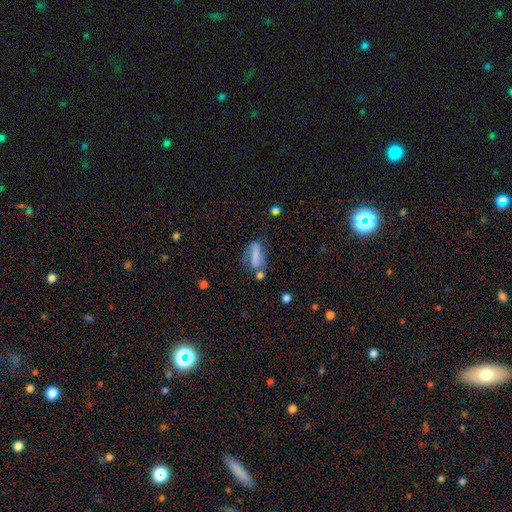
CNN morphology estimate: smooth_or_featured: smooth (p=0.55) [alt: featured or disk p=0.35]
how_rounded: in between (p=0.64) [alt: cigar-shaped p=0.30]
merging: none (p=0.38) [alt: minor disturbance p=0.25]